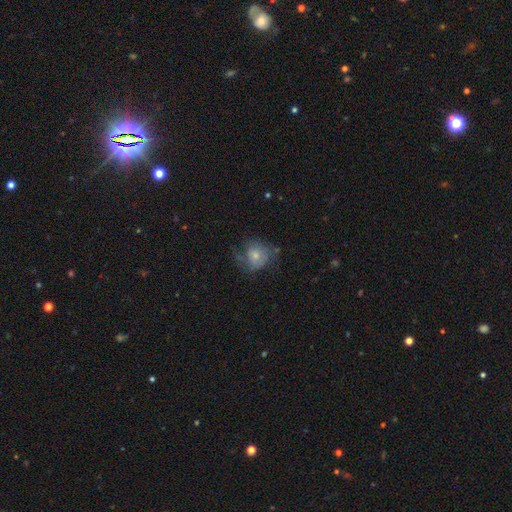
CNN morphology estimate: Smooth or featured?
  - smooth: 47% *
  - featured or disk: 44%
  - star or artifact: 9%
Merging?
  - none: 46% *
  - minor disturbance: 27%
  - major disturbance: 25%
  - merger: 2%